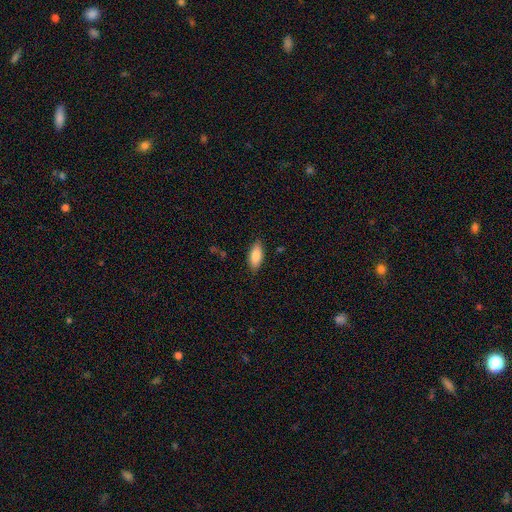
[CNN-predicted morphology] Smooth or featured?
  - smooth: 84% *
  - featured or disk: 10%
  - star or artifact: 7%
How rounded?
  - in between: 84% *
  - cigar-shaped: 14%
  - round: 2%
Merging?
  - none: 85% *
  - minor disturbance: 11%
  - major disturbance: 2%
  - merger: 1%